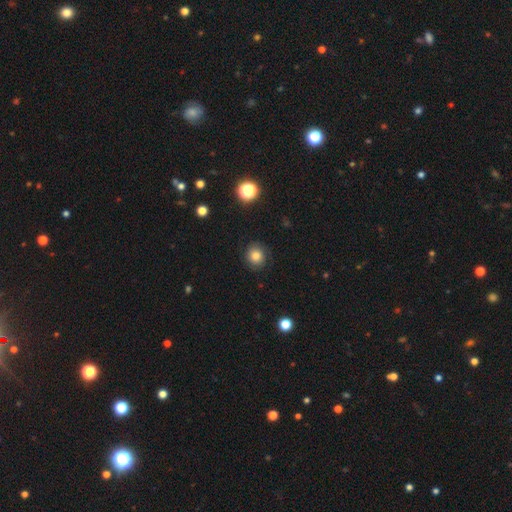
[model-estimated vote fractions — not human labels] Q: Smooth or featured?
A: smooth (70%); runner-up: featured or disk (16%)
Q: How rounded?
A: round (85%); runner-up: in between (14%)
Q: Merging?
A: none (84%); runner-up: minor disturbance (11%)